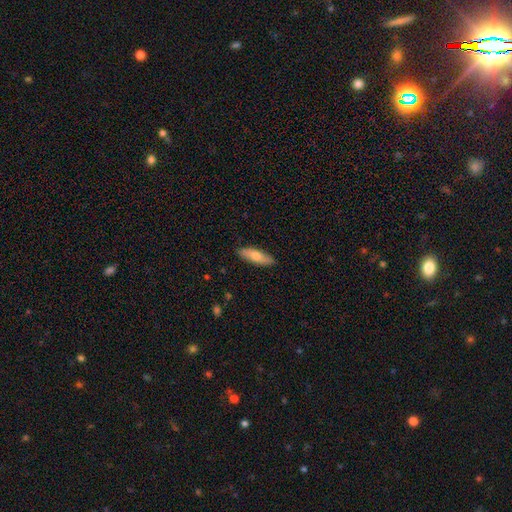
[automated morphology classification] This appears to be a smooth galaxy with no disk features (65%) that is in between round and cigar-shaped (50%). Merging: none (88%).